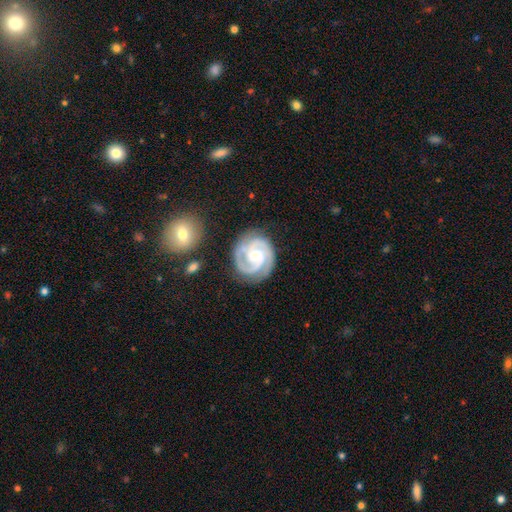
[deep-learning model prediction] featured or disk 92%, smooth 5%, star or artifact 4%. Down the decision tree: edge-on disk — no (98%); bar — no (48%); spiral arms — yes (98%); spiral arm count — 2 (61%); spiral winding — tight (61%); bulge size — moderate (48%); merging — none (79%).